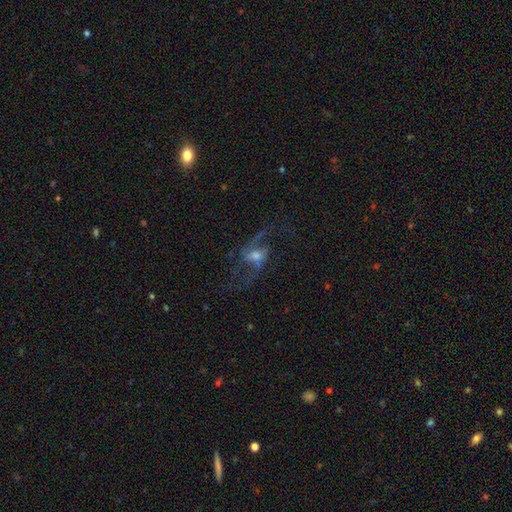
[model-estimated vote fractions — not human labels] This appears to be a featured or disk galaxy (80%) with a weak bar (46%), 2 (88%) loose (72%) spiral arms (92%) and a moderate central bulge (54%). Merging: none (64%).